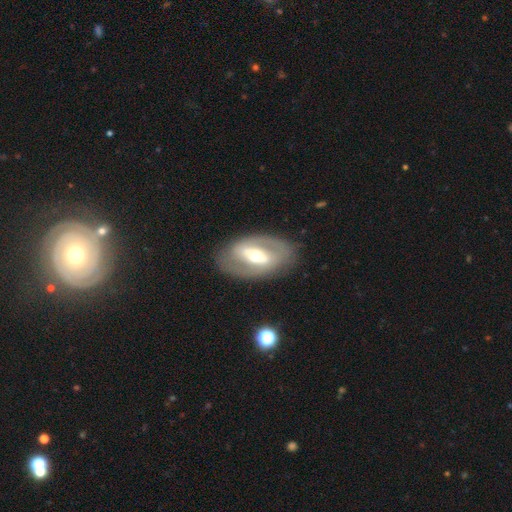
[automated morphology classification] Smooth or featured? featured or disk (69%)
Edge-on disk? no (90%)
Bar? strong (49%)
Spiral arms? no (61%)
Bulge size? moderate (67%)
Merging? none (80%)